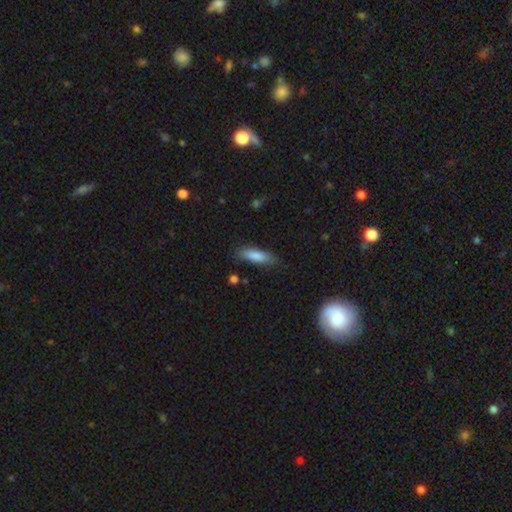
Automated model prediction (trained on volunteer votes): This is clearly a smooth galaxy (82%). How rounded: possibly cigar-shaped (56%). Merging: clearly none (81%).